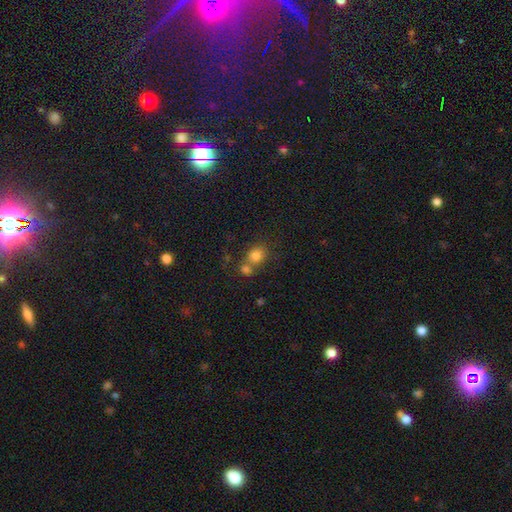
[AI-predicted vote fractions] A smooth galaxy with no disk features (80%) that is round (70%). Merging: none (46%).